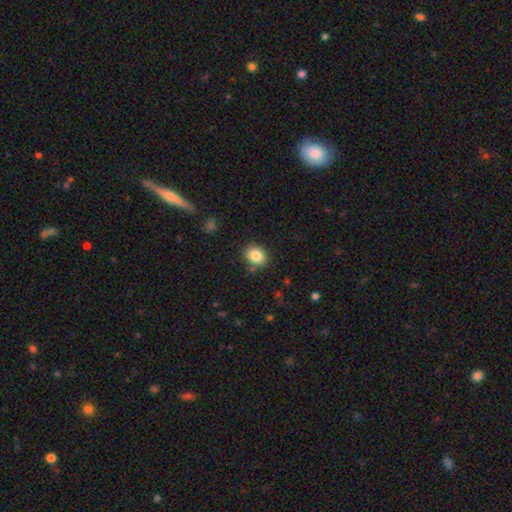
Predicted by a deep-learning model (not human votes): This is clearly a smooth galaxy (84%). How rounded: possibly round (58%). Merging: clearly none (84%).